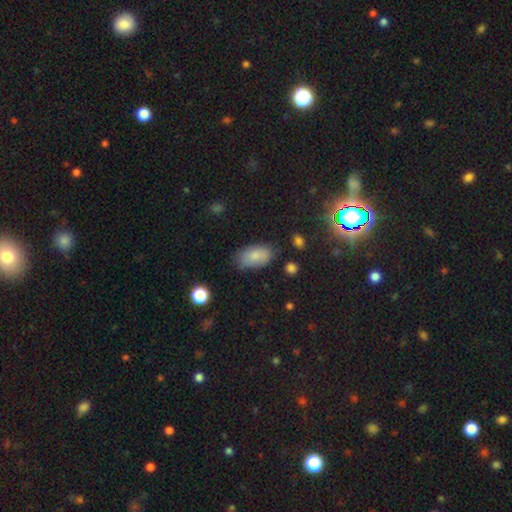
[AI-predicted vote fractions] smooth-or-featured: smooth: 79% | featured or disk: 13% | star or artifact: 8%
  how-rounded: in between: 93% | round: 4% | cigar-shaped: 2%
  merging: none: 70% | minor disturbance: 23% | major disturbance: 5% | merger: 3%